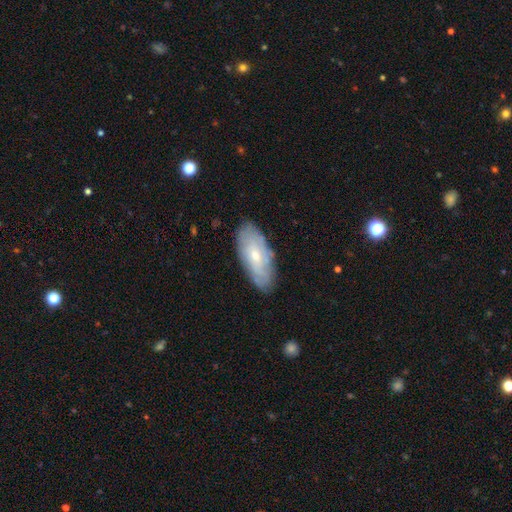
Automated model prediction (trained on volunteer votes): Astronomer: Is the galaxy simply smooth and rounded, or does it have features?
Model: smooth — 47% (runner-up: featured or disk, 46%).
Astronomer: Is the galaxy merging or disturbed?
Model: none — 81%.